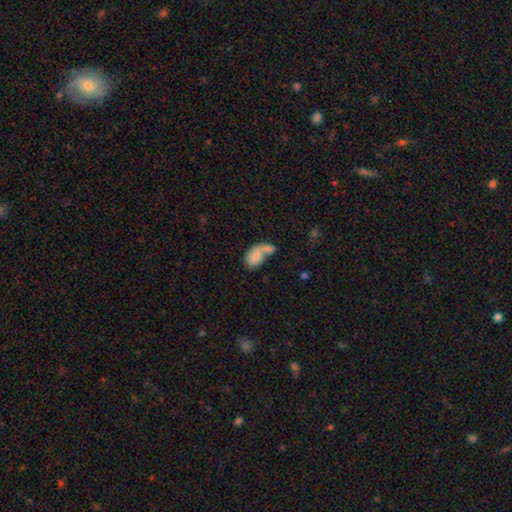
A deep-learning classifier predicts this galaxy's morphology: smooth 74%, featured or disk 19%, star or artifact 8%. Down the decision tree: how rounded — in between (90%); merging — merger (54%).